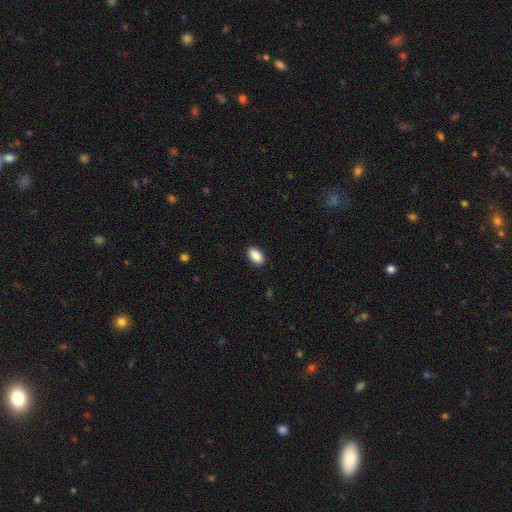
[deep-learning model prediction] smooth_or_featured: smooth (p=0.90) [alt: star or artifact p=0.07]
how_rounded: in between (p=0.93) [alt: round p=0.04]
merging: none (p=0.90) [alt: minor disturbance p=0.07]